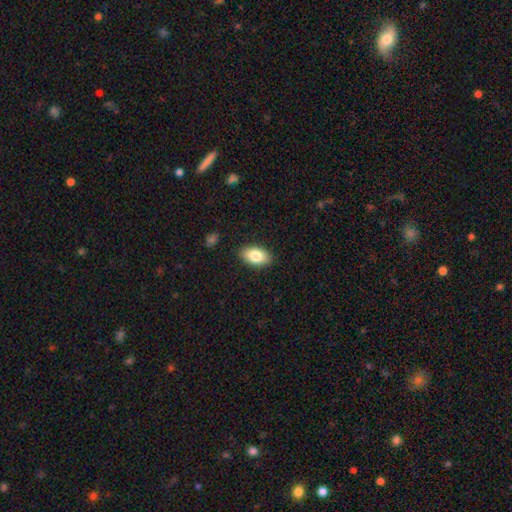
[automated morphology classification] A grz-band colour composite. It shows a smooth galaxy with no disk features (83%) that is in between round and cigar-shaped (93%). Merging: none (88%).